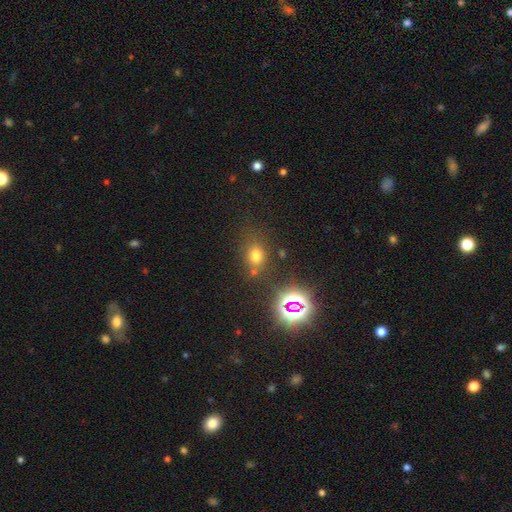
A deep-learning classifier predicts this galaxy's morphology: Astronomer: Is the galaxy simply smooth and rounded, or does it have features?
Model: smooth — 65%.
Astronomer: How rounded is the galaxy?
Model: round — 52% (runner-up: in between, 47%).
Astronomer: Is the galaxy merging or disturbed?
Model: none — 69%.